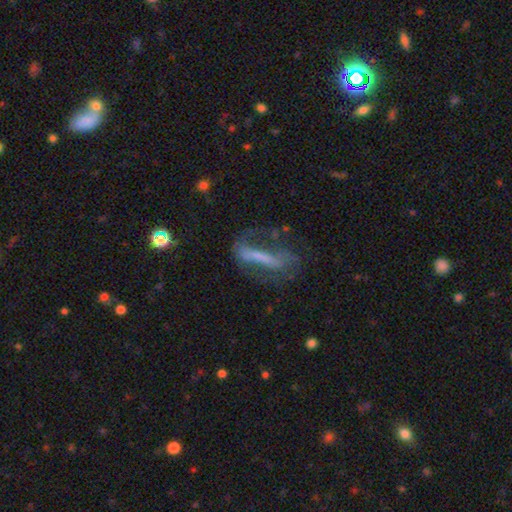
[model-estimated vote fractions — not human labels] smooth-or-featured: featured or disk: 56% | smooth: 31% | star or artifact: 13%
  disk-edge-on: no: 72% | yes: 28%
  merging: none: 42% | major disturbance: 33% | minor disturbance: 20% | merger: 4%